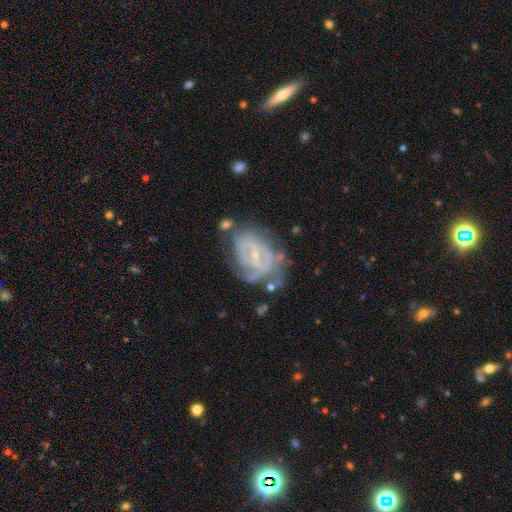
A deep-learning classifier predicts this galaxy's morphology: Overall: featured or disk (80%). Edge-on disk: no (97%). Bar: weak (43%; no 41%). Spiral arms: yes (82%). Spiral arm count: can't tell (45%; 2 28%). Spiral winding: tight (62%; medium 29%). Bulge size: small (74%). Merging: none (49%; minor disturbance 26%).